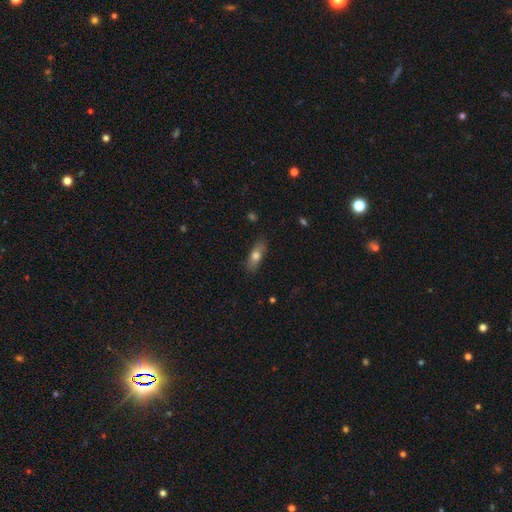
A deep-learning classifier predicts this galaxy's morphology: Smooth or featured?
  - smooth: 71% *
  - featured or disk: 23%
  - star or artifact: 7%
How rounded?
  - in between: 66% *
  - cigar-shaped: 31%
  - round: 4%
Merging?
  - none: 83% *
  - minor disturbance: 13%
  - major disturbance: 3%
  - merger: 1%